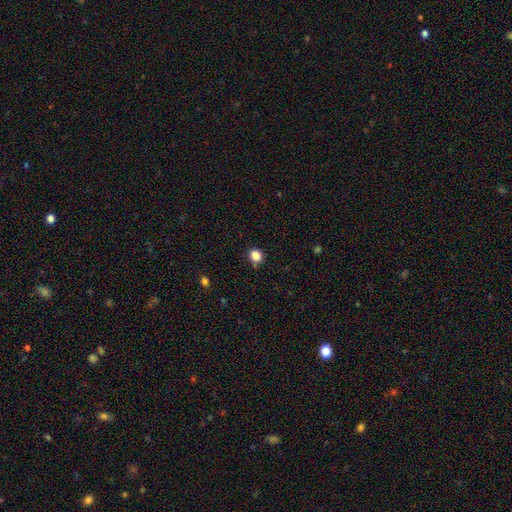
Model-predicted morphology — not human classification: Overall: smooth (85%). How rounded: round (70%). Merging: none (80%).